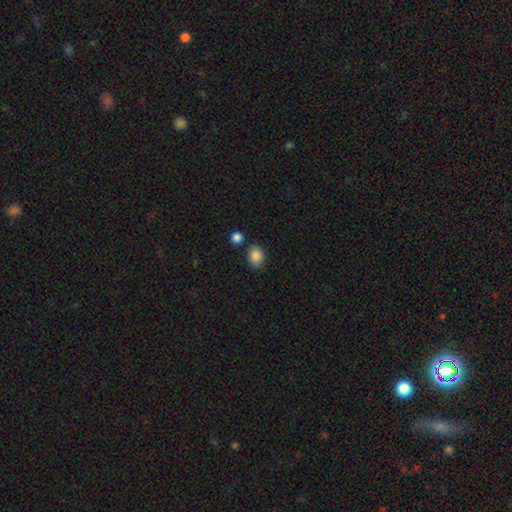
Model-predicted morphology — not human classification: A smooth galaxy with no disk features (87%) that is in between round and cigar-shaped (60%).

Vote fractions:
- Smooth or featured? smooth: 87% / star or artifact: 9% / featured or disk: 5%
- How rounded? in between: 60% / round: 39% / cigar-shaped: 1%
- Merging? none: 76% / minor disturbance: 14% / merger: 6% / major disturbance: 3%